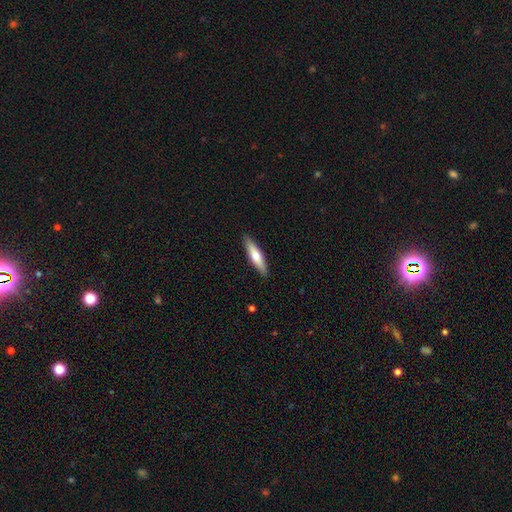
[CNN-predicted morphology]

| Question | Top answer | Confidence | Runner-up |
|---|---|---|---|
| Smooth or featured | smooth | 59% | featured or disk (36%) |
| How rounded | cigar-shaped | 77% | in between (21%) |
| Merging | none | 90% | minor disturbance (7%) |